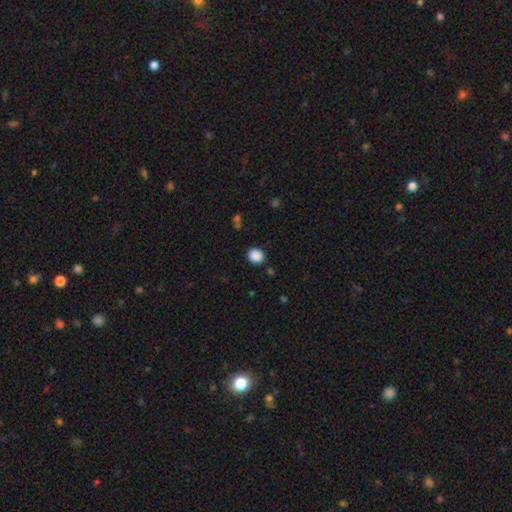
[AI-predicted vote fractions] Smooth or featured? smooth (88%)
How rounded? round (60%)
Merging? none (87%)